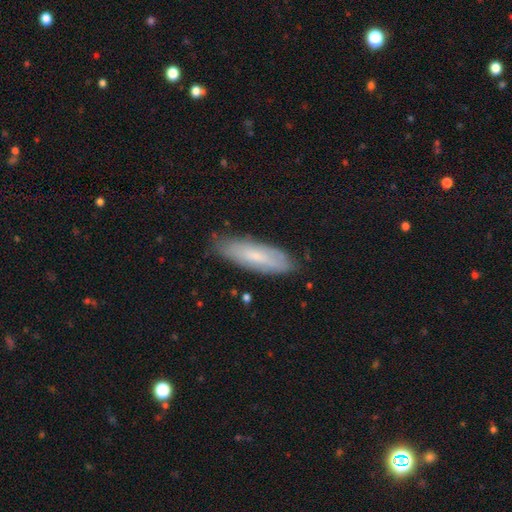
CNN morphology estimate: smooth_or_featured: smooth (p=0.59) [alt: featured or disk p=0.34]
how_rounded: cigar-shaped (p=0.53) [alt: in between p=0.46]
merging: none (p=0.80) [alt: minor disturbance p=0.16]